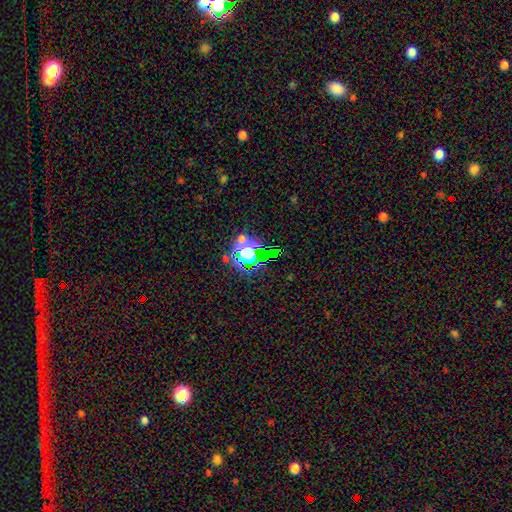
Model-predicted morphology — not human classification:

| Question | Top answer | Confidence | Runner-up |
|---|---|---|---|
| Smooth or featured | star or artifact | 61% | smooth (27%) |